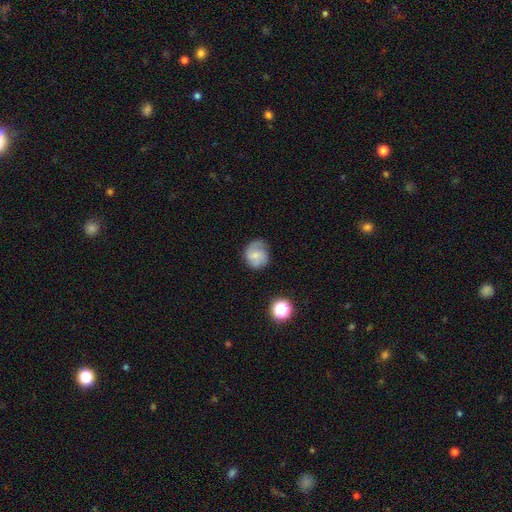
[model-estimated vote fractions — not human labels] A smooth galaxy with no disk features (51%) that is round (77%).

Vote fractions:
- Smooth or featured? smooth: 51% / featured or disk: 39% / star or artifact: 10%
- How rounded? round: 77% / in between: 22% / cigar-shaped: 1%
- Merging? none: 63% / minor disturbance: 26% / major disturbance: 9% / merger: 2%